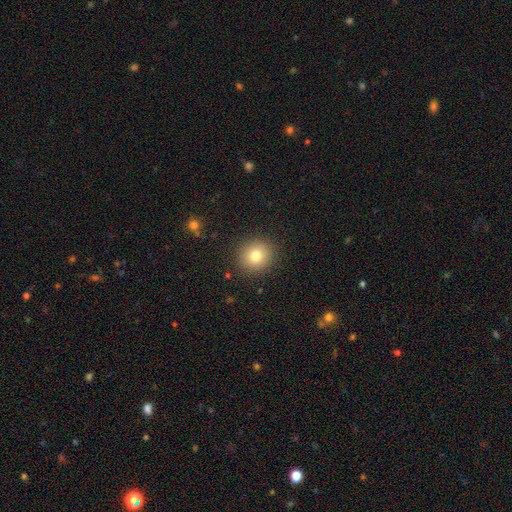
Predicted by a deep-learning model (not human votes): Q: Smooth or featured?
A: smooth (79%); runner-up: star or artifact (11%)
Q: How rounded?
A: round (89%); runner-up: in between (10%)
Q: Merging?
A: none (90%); runner-up: minor disturbance (7%)